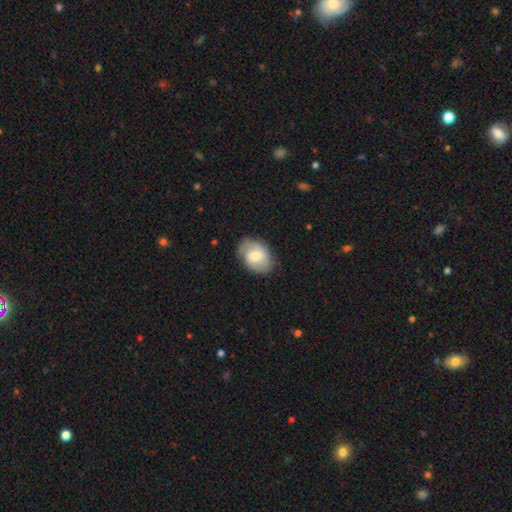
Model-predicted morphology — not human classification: This is possibly a featured or disk galaxy (47%). Merging: likely none (75%).